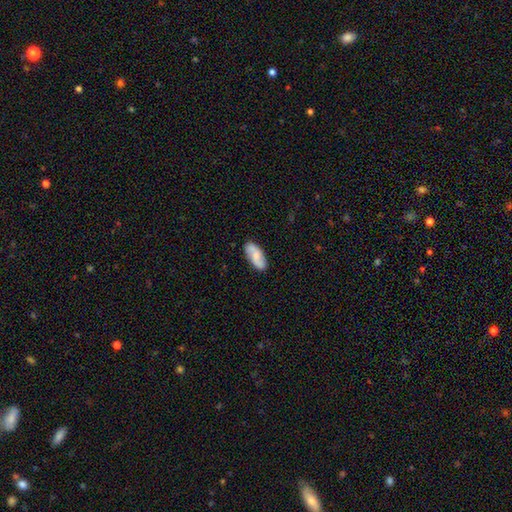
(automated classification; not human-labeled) The model was most divided on "smooth or featured": smooth: 54%, featured or disk: 40%, star or artifact: 6%. More confident: merging — none (86%); how rounded — in between (84%).